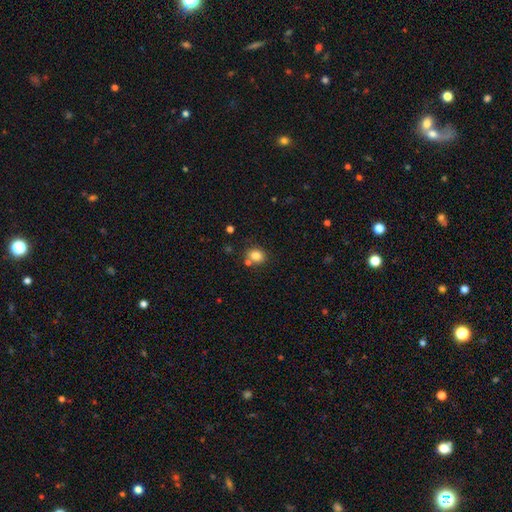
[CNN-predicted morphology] type=smooth (82%); roundness=round (66%); merging=none (72%).